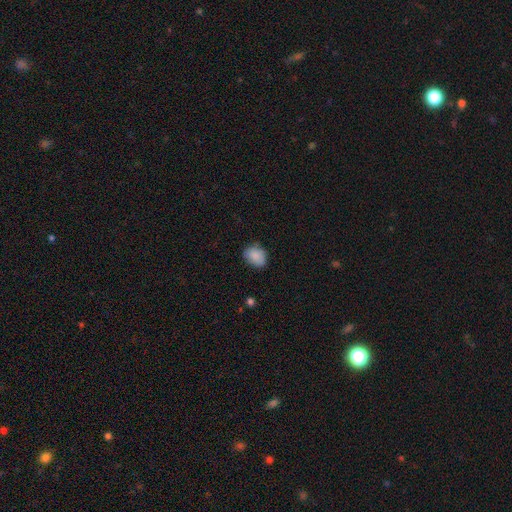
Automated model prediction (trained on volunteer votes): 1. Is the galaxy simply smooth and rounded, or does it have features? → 86% smooth, 8% star or artifact, 7% featured or disk.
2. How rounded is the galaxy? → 59% in between, 40% round, 1% cigar-shaped.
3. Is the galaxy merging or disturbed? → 73% none, 22% minor disturbance, 4% major disturbance, 1% merger.